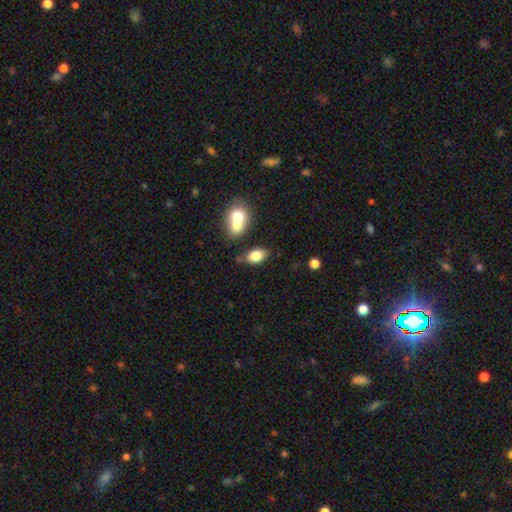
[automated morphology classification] Smooth or featured? Predicted: smooth (p=0.81). How rounded? Predicted: in between (p=0.88). Merging? Predicted: none (p=0.64).